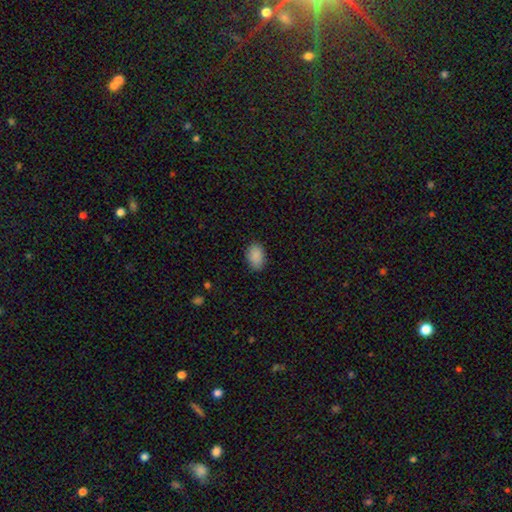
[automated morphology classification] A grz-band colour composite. It shows a smooth galaxy with no disk features (89%) that is in between round and cigar-shaped (86%). Merging: none (85%).